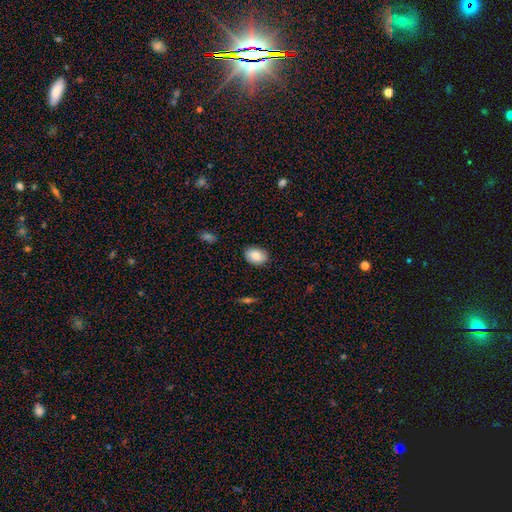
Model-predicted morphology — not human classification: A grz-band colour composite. It shows a smooth galaxy with no disk features (86%) that is in between round and cigar-shaped (82%). Merging: none (86%).